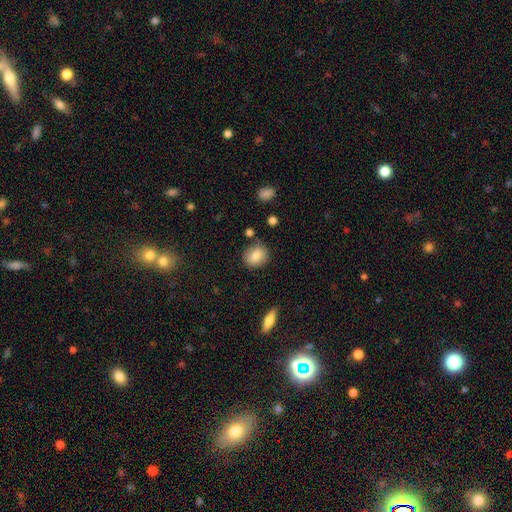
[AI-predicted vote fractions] smooth-or-featured: smooth: 82% | featured or disk: 10% | star or artifact: 8%
  how-rounded: round: 70% | in between: 29% | cigar-shaped: 1%
  merging: none: 83% | minor disturbance: 11% | merger: 3% | major disturbance: 3%